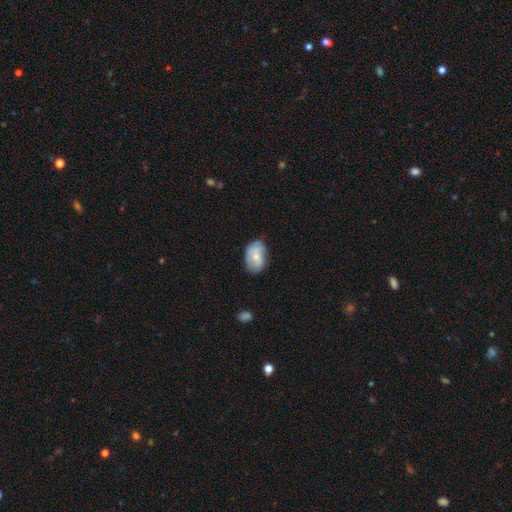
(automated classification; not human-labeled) smooth_or_featured: smooth (p=0.60) [alt: featured or disk p=0.33]
how_rounded: in between (p=0.87) [alt: round p=0.12]
merging: none (p=0.54) [alt: minor disturbance p=0.35]